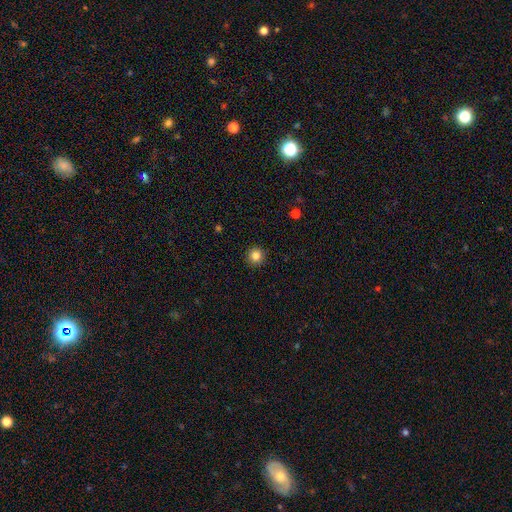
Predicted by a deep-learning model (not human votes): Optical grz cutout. It shows a smooth galaxy with no disk features (84%) that is round (96%). Merging: none (93%).